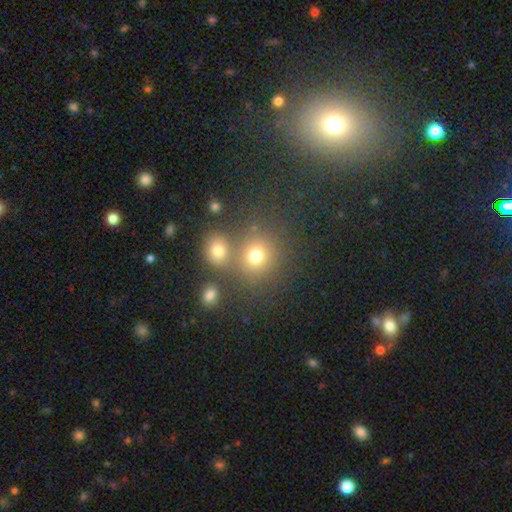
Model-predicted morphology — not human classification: smooth-or-featured: smooth: 74% | star or artifact: 18% | featured or disk: 8%
  how-rounded: round: 81% | in between: 18% | cigar-shaped: 1%
  merging: none: 64% | merger: 23% | minor disturbance: 9% | major disturbance: 4%